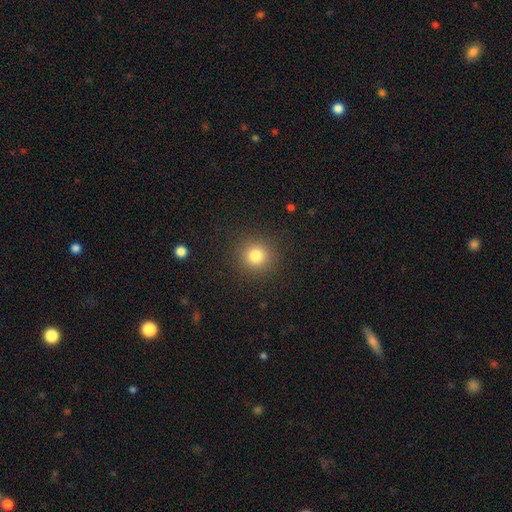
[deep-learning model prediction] The model was most divided on "smooth or featured": smooth: 80%, star or artifact: 13%, featured or disk: 7%. More confident: how rounded — round (93%); merging — none (90%).